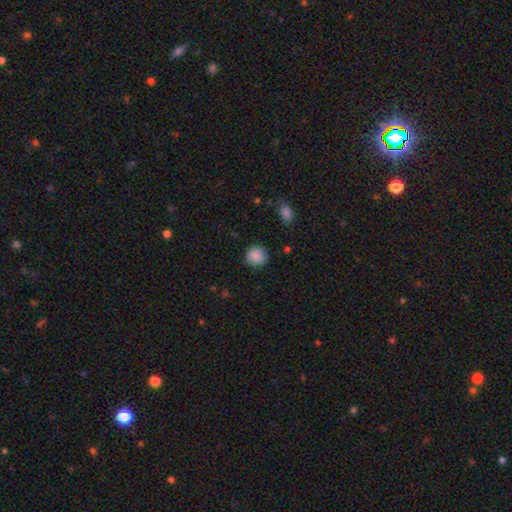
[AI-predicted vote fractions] Smooth or featured? Predicted: smooth (p=0.88). How rounded? Predicted: round (p=0.91). Merging? Predicted: none (p=0.86).